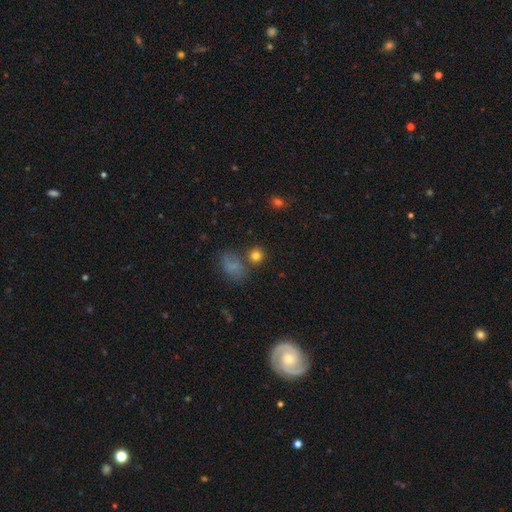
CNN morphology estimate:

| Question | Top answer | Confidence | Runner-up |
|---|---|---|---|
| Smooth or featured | smooth | 80% | star or artifact (13%) |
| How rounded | round | 84% | in between (15%) |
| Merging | none | 71% | merger (15%) |